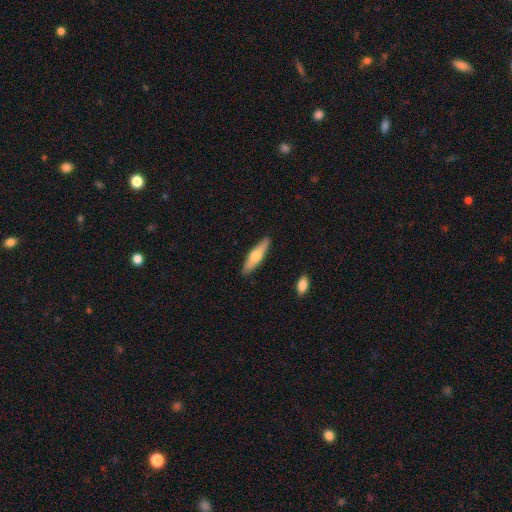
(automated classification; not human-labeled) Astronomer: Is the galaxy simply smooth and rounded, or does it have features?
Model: smooth — 53% (runner-up: featured or disk, 42%).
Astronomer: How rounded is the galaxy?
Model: cigar-shaped — 70%.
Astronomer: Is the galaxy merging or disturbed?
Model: none — 89%.